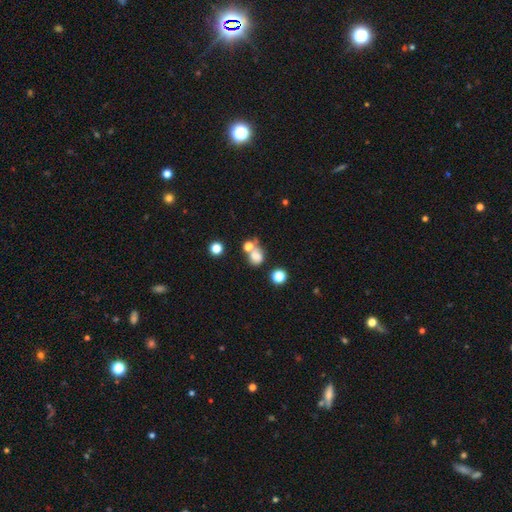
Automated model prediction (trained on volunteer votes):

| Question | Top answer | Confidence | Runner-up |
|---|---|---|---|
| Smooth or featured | smooth | 72% | star or artifact (17%) |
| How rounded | round | 69% | in between (30%) |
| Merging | none | 43% | merger (36%) |